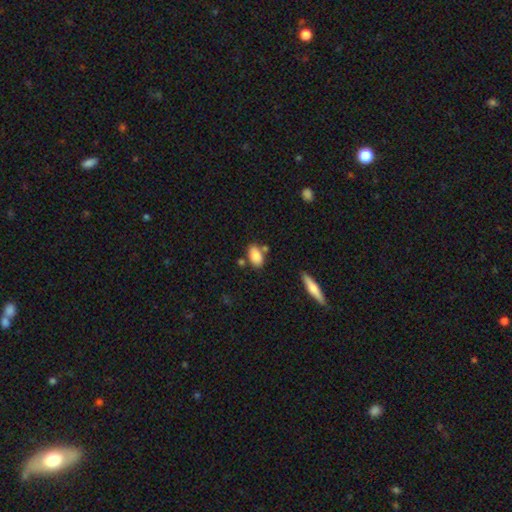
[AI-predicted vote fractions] Smooth or featured?
  - smooth: 85% *
  - star or artifact: 7%
  - featured or disk: 7%
How rounded?
  - in between: 91% *
  - round: 6%
  - cigar-shaped: 3%
Merging?
  - none: 67% *
  - minor disturbance: 15%
  - merger: 14%
  - major disturbance: 4%